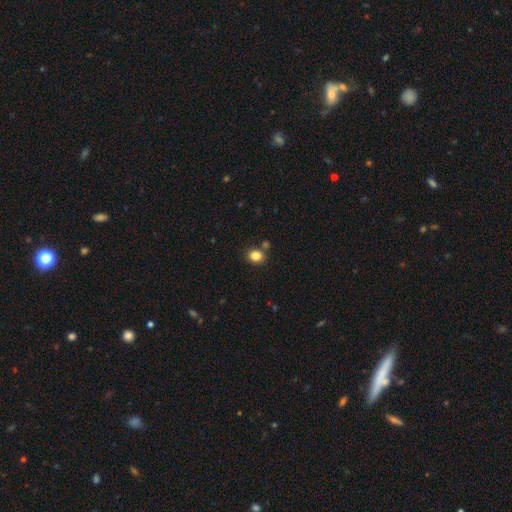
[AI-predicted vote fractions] Smooth or featured? smooth (84%)
How rounded? round (70%)
Merging? none (79%)